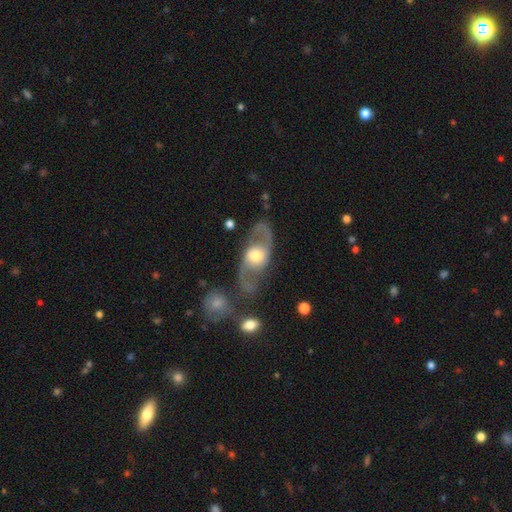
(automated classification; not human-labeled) Overall: featured or disk (81%). Edge-on disk: no (92%). Bar: no (60%; weak 30%). Spiral arms: yes (86%). Spiral arm count: 2 (91%). Spiral winding: loose (52%; medium 39%). Bulge size: moderate (58%; large 22%). Merging: none (68%).